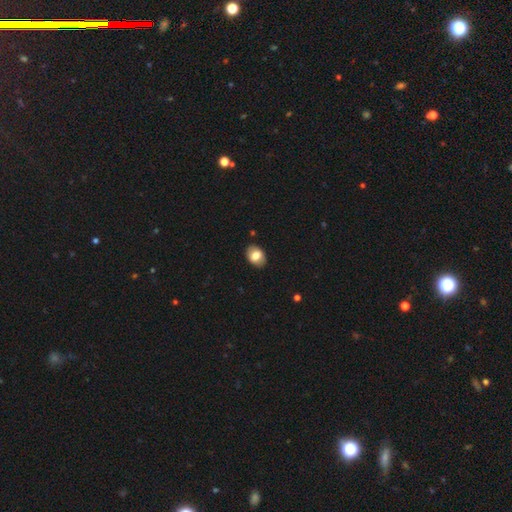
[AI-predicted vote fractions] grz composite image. It shows a smooth galaxy with no disk features (77%) that is in between round and cigar-shaped (74%). Merging: none (88%).